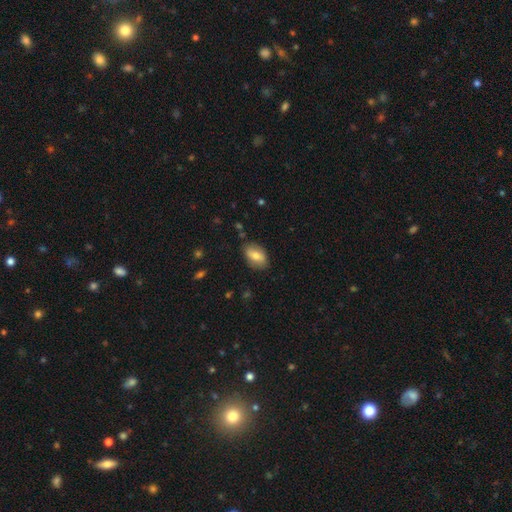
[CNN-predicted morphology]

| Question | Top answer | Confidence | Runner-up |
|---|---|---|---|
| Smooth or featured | smooth | 71% | featured or disk (22%) |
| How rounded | in between | 89% | round (8%) |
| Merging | none | 81% | minor disturbance (14%) |